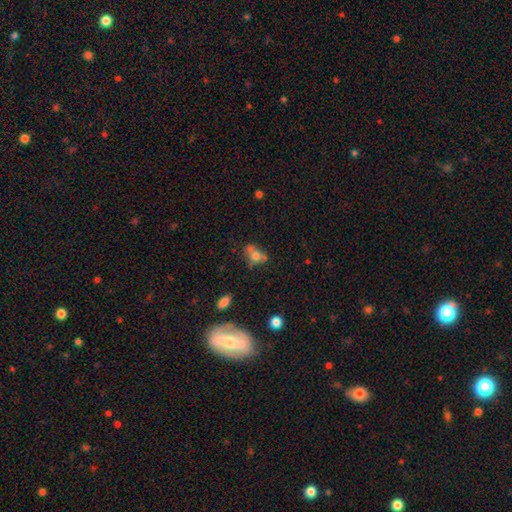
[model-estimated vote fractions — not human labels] Overall: smooth (65%). How rounded: round (49%, tied with in between). Merging: none (39%; merger 38%).